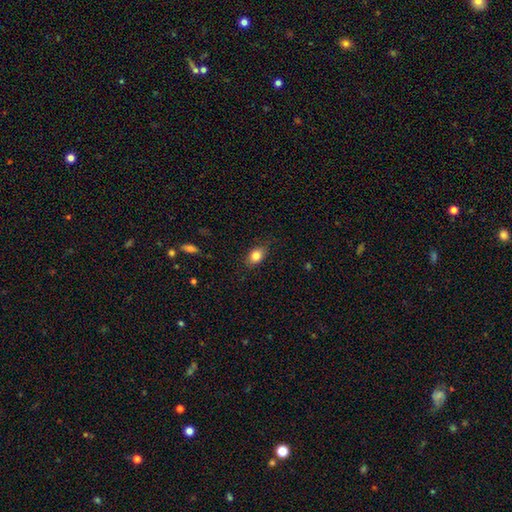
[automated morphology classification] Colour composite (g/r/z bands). It shows a smooth galaxy with no disk features (82%) that is in between round and cigar-shaped (72%). Merging: none (80%).